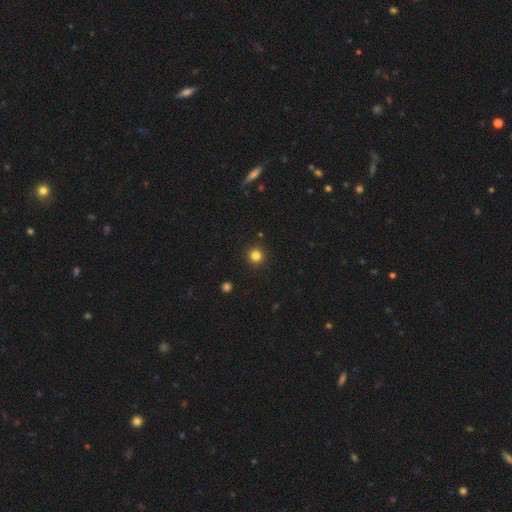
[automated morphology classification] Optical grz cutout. It shows a smooth galaxy with no disk features (83%) that is round (96%). Merging: none (93%).